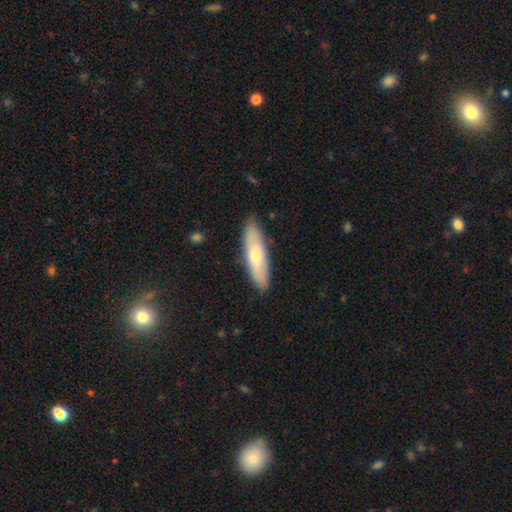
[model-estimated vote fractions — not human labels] A smooth galaxy with no disk features (61%) that is cigar-shaped (61%). Merging: none (87%).